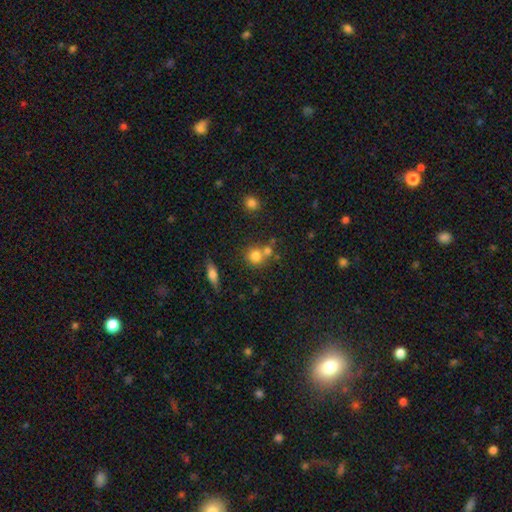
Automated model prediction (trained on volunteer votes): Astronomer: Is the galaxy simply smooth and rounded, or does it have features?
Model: smooth — 77%.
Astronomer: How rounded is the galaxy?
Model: round — 85%.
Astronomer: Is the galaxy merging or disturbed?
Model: none — 52% (runner-up: merger, 35%).